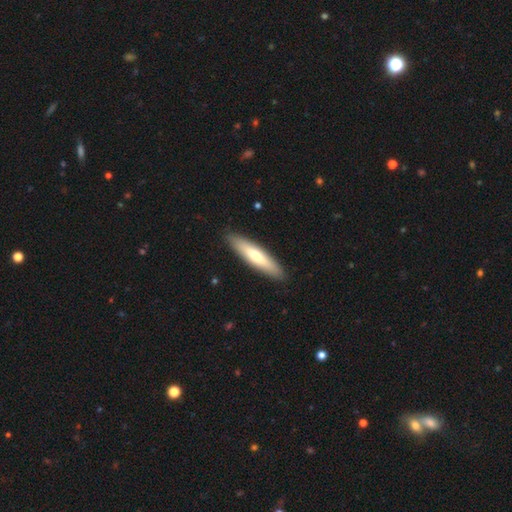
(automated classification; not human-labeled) Q: Smooth or featured?
A: smooth (60%); runner-up: featured or disk (35%)
Q: How rounded?
A: cigar-shaped (80%); runner-up: in between (19%)
Q: Merging?
A: none (91%); runner-up: minor disturbance (7%)